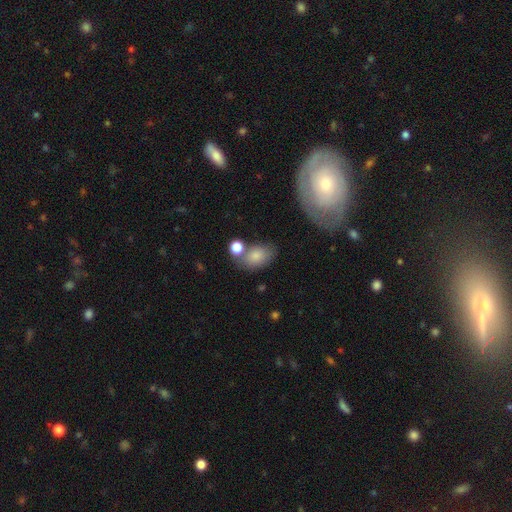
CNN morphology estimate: A smooth galaxy with no disk features (82%) that is in between round and cigar-shaped (81%).

Vote fractions:
- Smooth or featured? smooth: 82% / featured or disk: 9% / star or artifact: 8%
- How rounded? in between: 81% / round: 18% / cigar-shaped: 2%
- Merging? none: 56% / merger: 20% / minor disturbance: 18% / major disturbance: 7%